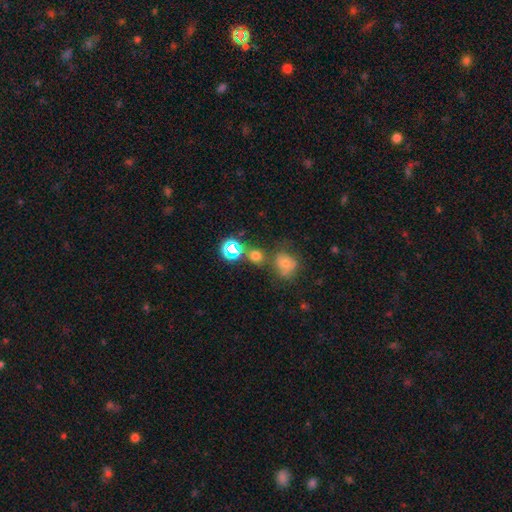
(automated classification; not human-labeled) Smooth or featured? Predicted: smooth (p=0.59). How rounded? Predicted: round (p=0.73). Merging? Predicted: none (p=0.61).